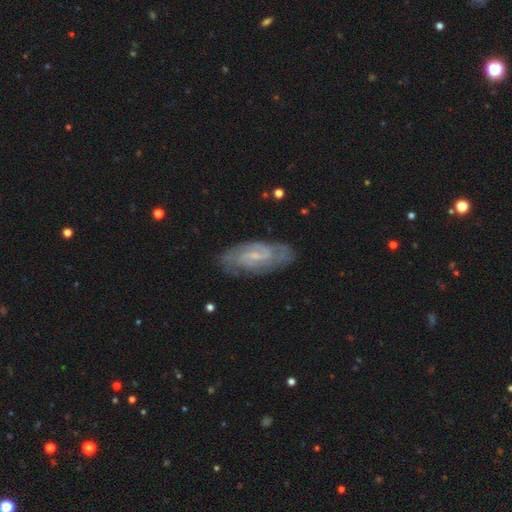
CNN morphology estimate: The model was most divided on "spiral winding": tight: 45%, medium: 42%, loose: 13%. More confident: spiral arms — yes (93%); edge-on disk — no (92%); smooth or featured — featured or disk (79%); merging — none (79%); bulge size — small (68%); spiral arm count — 2 (58%); bar — weak (54%).